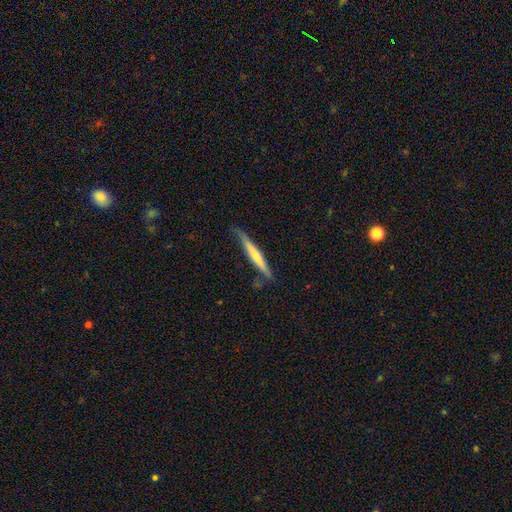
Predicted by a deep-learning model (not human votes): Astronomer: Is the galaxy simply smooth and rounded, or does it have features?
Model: smooth — 54% (runner-up: featured or disk, 41%).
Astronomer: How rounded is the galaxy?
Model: cigar-shaped — 96%.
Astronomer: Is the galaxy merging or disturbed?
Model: none — 74%.